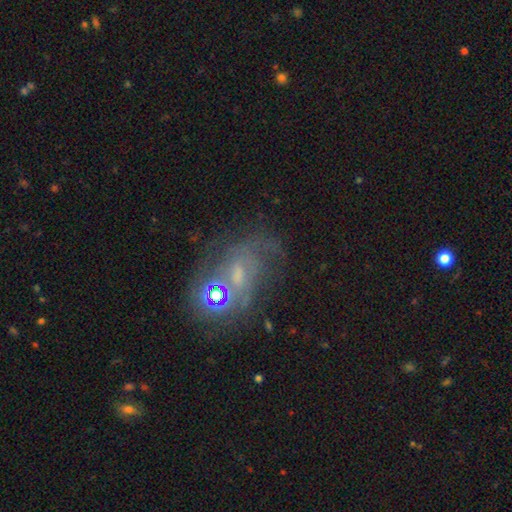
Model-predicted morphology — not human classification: Smooth or featured? featured or disk (59%)
Edge-on disk? no (95%)
Bar? no (57%)
Spiral arms? yes (75%)
Bulge size? small (56%)
Merging? none (47%)